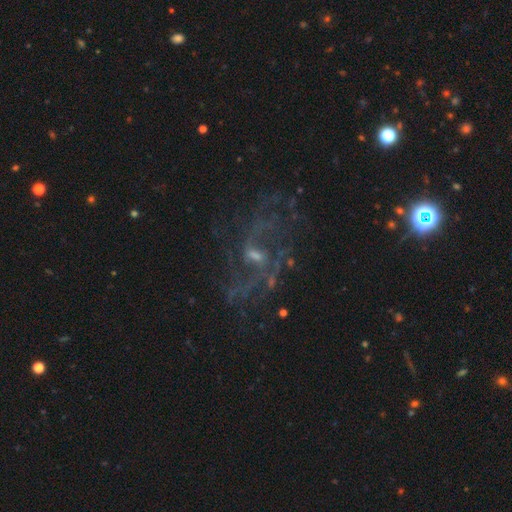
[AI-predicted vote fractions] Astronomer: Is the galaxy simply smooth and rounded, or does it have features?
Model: featured or disk — 80%.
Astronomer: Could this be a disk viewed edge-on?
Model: no — 97%.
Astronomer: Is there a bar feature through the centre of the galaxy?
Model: weak — 52% (runner-up: no, 36%).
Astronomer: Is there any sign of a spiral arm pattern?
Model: yes — 85%.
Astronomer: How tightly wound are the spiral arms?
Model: loose — 48% (runner-up: medium, 38%).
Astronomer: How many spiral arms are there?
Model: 2 — 38% (runner-up: can't tell, 30%).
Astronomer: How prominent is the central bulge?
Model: small — 54% (runner-up: moderate, 33%).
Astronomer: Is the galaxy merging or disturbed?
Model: none — 56%.